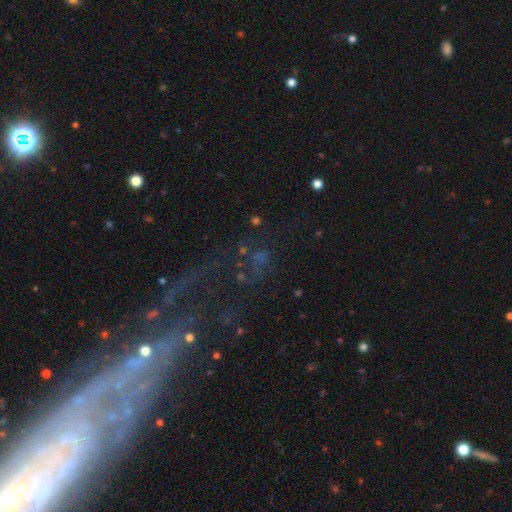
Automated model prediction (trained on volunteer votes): Smooth or featured? featured or disk (42%)
Merging? none (50%)